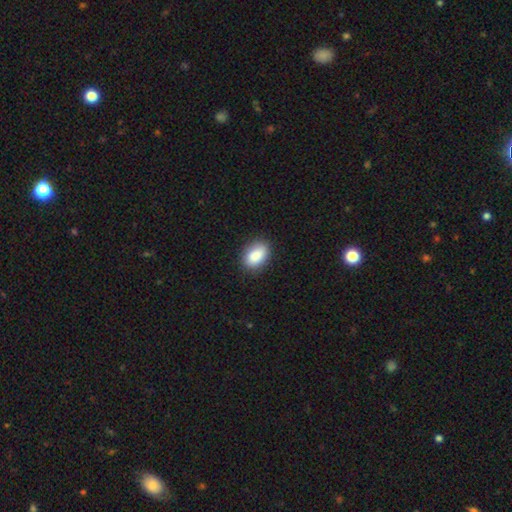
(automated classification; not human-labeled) This is clearly a smooth galaxy (88%). How rounded: clearly in between (85%). Merging: clearly none (86%).